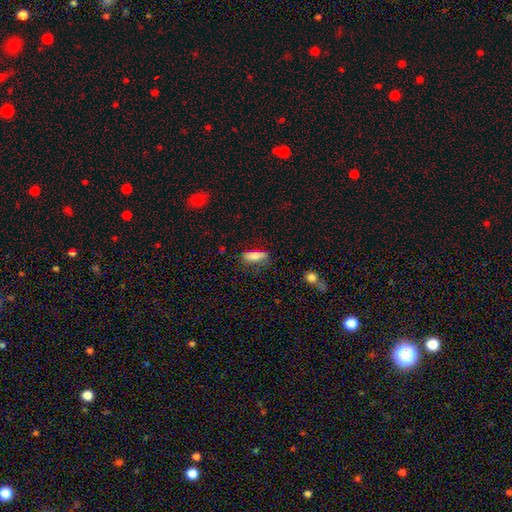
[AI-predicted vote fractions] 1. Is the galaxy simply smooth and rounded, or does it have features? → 81% smooth, 12% featured or disk, 8% star or artifact.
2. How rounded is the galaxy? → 60% in between, 37% cigar-shaped, 2% round.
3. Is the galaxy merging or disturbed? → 64% none, 24% minor disturbance, 8% major disturbance, 3% merger.